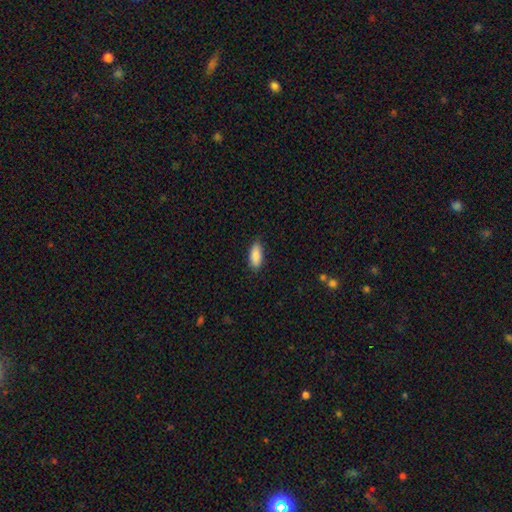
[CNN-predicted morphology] This appears to be a smooth galaxy with no disk features (89%) that is in between round and cigar-shaped (83%). Merging: none (86%).